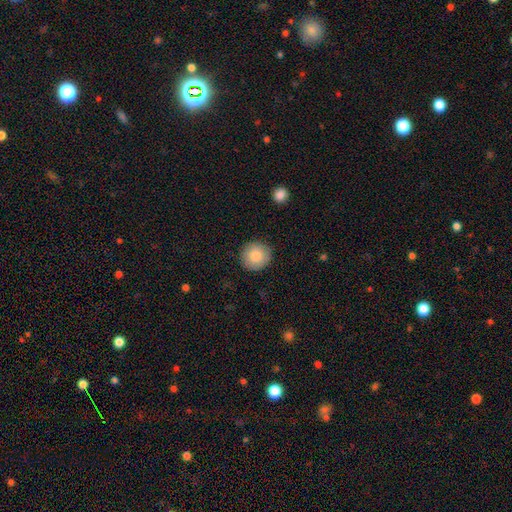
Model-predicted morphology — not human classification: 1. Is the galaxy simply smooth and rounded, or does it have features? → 85% smooth, 8% featured or disk, 7% star or artifact.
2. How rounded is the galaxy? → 93% round, 6% in between, 1% cigar-shaped.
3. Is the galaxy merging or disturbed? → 90% none, 7% minor disturbance, 2% major disturbance, 1% merger.